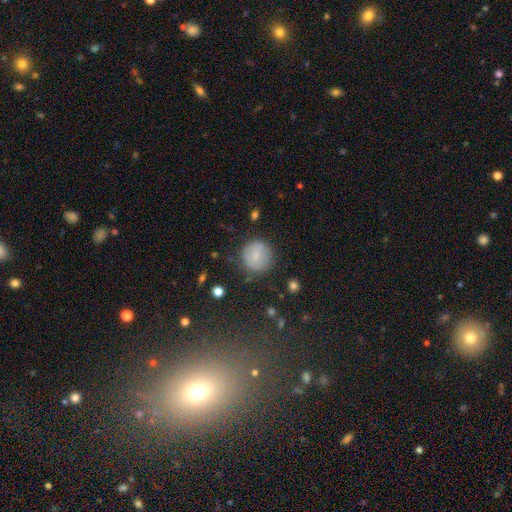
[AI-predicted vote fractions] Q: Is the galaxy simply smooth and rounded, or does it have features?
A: smooth — 79%.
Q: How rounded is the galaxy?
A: round — 91%.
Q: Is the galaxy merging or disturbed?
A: none — 82%.